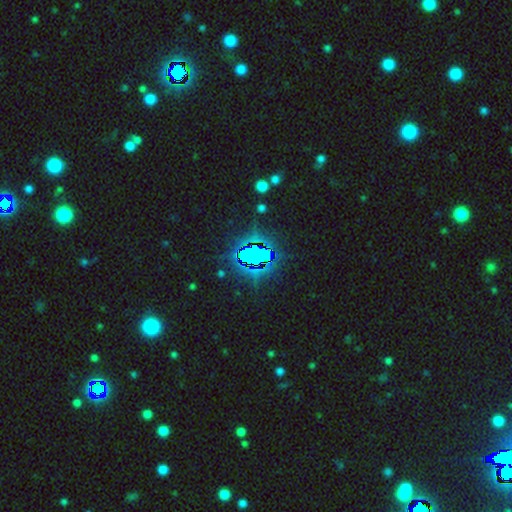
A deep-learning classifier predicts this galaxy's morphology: star or artifact 76%, smooth 14%, featured or disk 10%.